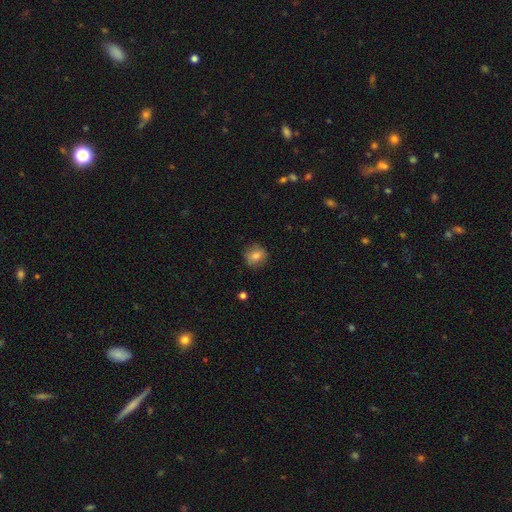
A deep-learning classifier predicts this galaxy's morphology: Smooth or featured: smooth — 77% (featured or disk — 13%)
How rounded: round — 85% (in between — 14%)
Merging: none — 84% (minor disturbance — 12%)